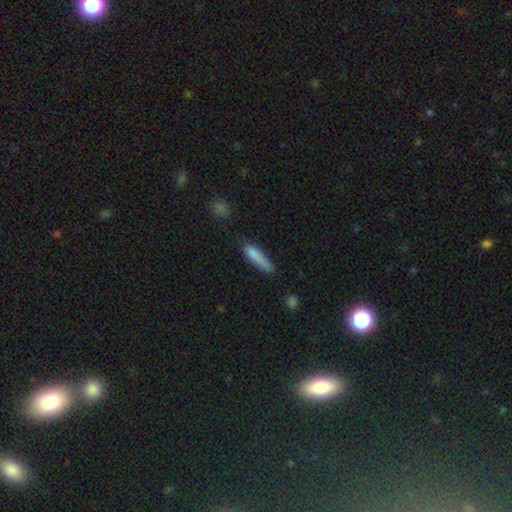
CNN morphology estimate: type=smooth (82%); roundness=cigar-shaped (78%); merging=none (55%).